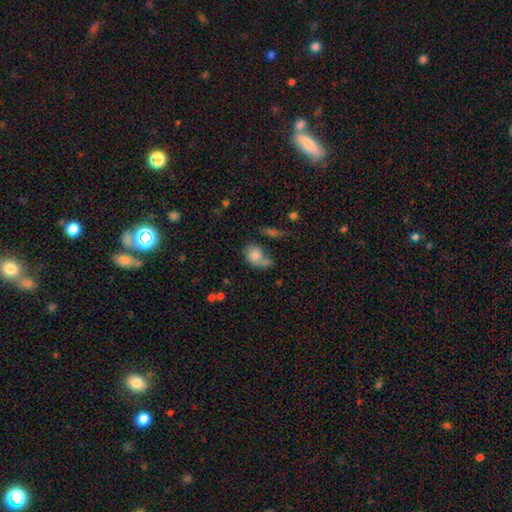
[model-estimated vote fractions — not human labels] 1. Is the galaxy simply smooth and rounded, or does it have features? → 77% smooth, 14% featured or disk, 9% star or artifact.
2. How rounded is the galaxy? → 58% in between, 41% round, 2% cigar-shaped.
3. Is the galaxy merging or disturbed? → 37% none, 27% merger, 21% minor disturbance, 15% major disturbance.